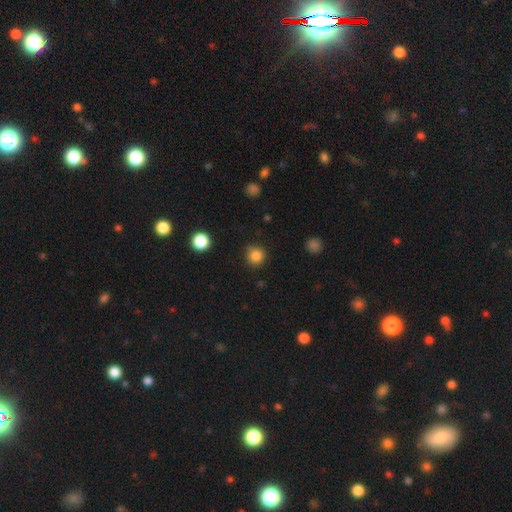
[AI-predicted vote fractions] Smooth or featured?
  - smooth: 84% *
  - star or artifact: 12%
  - featured or disk: 4%
How rounded?
  - round: 93% *
  - in between: 6%
  - cigar-shaped: 1%
Merging?
  - none: 86% *
  - minor disturbance: 10%
  - major disturbance: 3%
  - merger: 2%